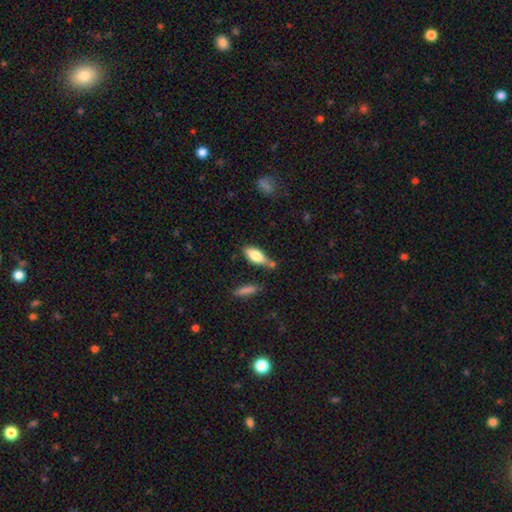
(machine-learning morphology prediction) smooth_or_featured: smooth (p=0.78) [alt: featured or disk p=0.15]
how_rounded: in between (p=0.78) [alt: cigar-shaped p=0.20]
merging: none (p=0.59) [alt: minor disturbance p=0.23]